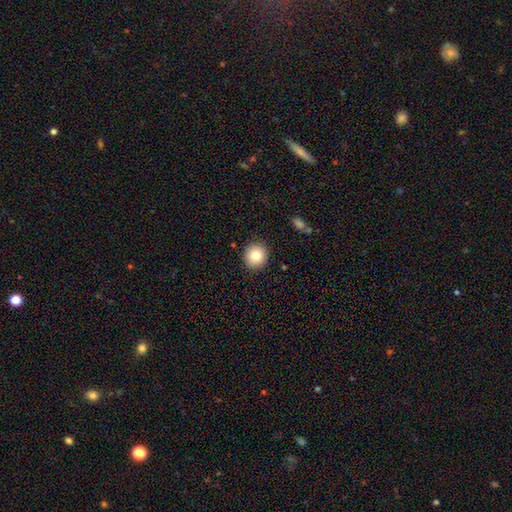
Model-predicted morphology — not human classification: Smooth or featured: smooth — 81% (star or artifact — 10%)
How rounded: round — 91% (in between — 8%)
Merging: none — 91% (minor disturbance — 6%)